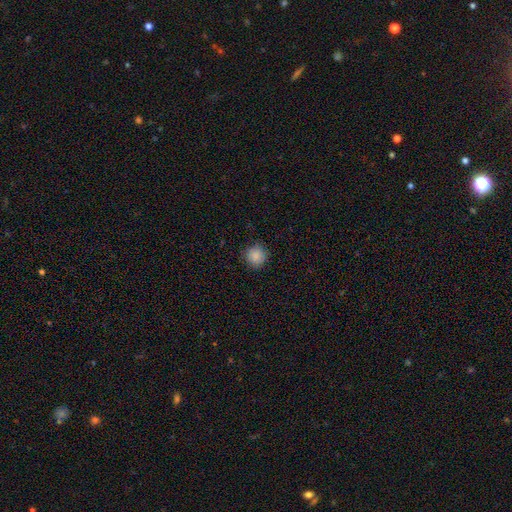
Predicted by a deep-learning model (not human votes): This appears to be a smooth galaxy with no disk features (87%) that is round (93%). Merging: none (87%).